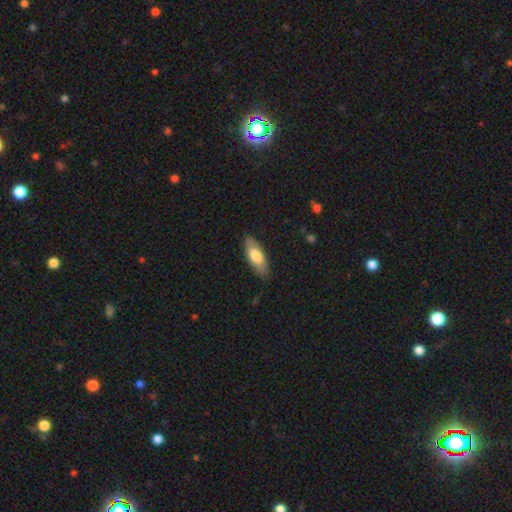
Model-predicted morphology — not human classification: type=smooth (73%); roundness=in between (71%); merging=none (85%).